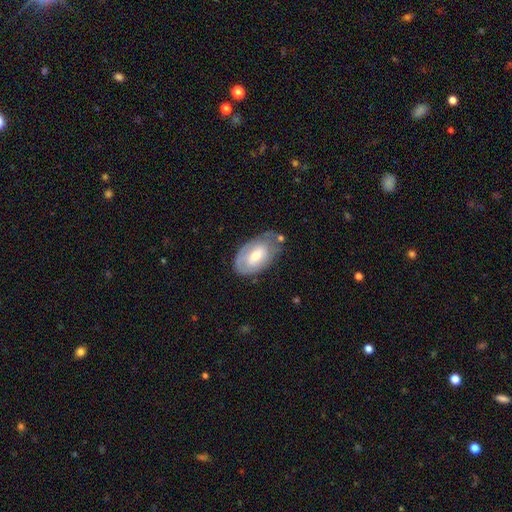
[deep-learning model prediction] smooth_or_featured: featured or disk (p=0.50) [alt: smooth p=0.44]
merging: none (p=0.57) [alt: minor disturbance p=0.29]